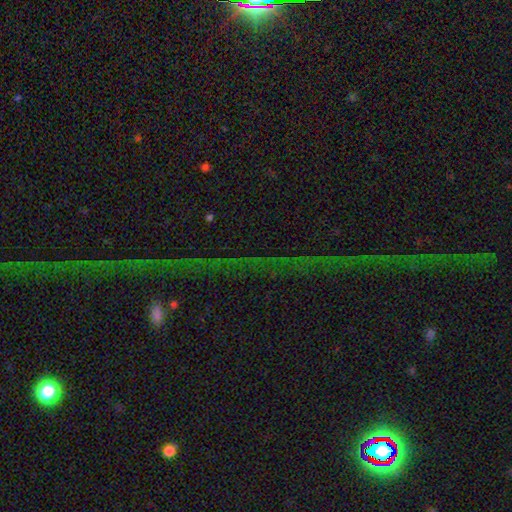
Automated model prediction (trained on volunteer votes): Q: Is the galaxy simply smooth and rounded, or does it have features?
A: star or artifact — 73%.